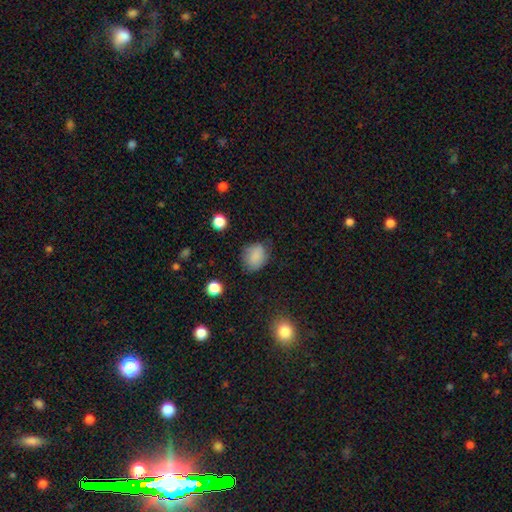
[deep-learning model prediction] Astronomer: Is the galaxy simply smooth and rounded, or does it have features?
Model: smooth — 83%.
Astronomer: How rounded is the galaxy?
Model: in between — 50% (runner-up: round, 49%).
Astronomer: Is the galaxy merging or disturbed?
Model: none — 67%.